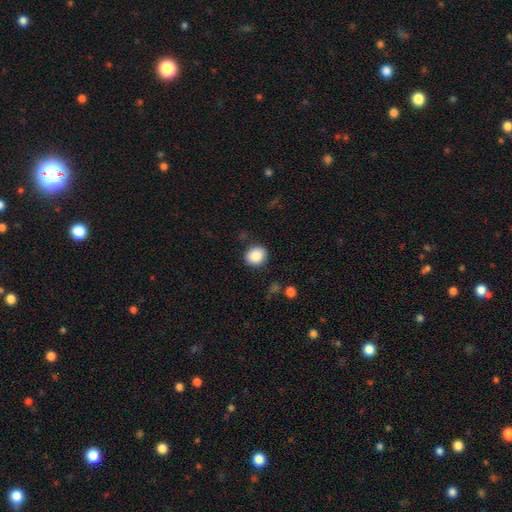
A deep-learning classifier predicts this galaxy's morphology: The model was most divided on "how rounded": round: 73%, in between: 26%, cigar-shaped: 1%. More confident: smooth or featured — smooth (88%); merging — none (85%).